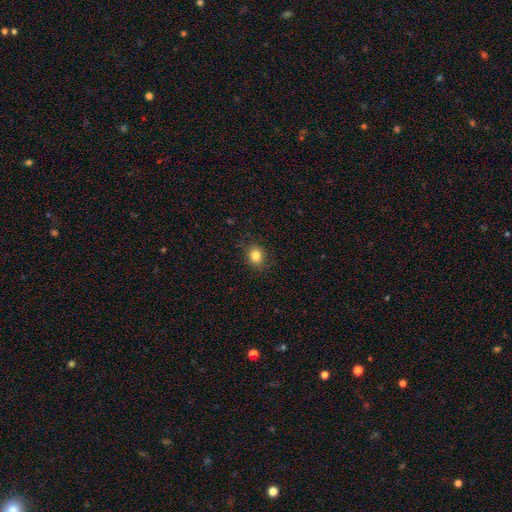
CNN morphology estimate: smooth 82%, star or artifact 11%, featured or disk 6%. Down the decision tree: how rounded — round (73%); merging — none (86%).